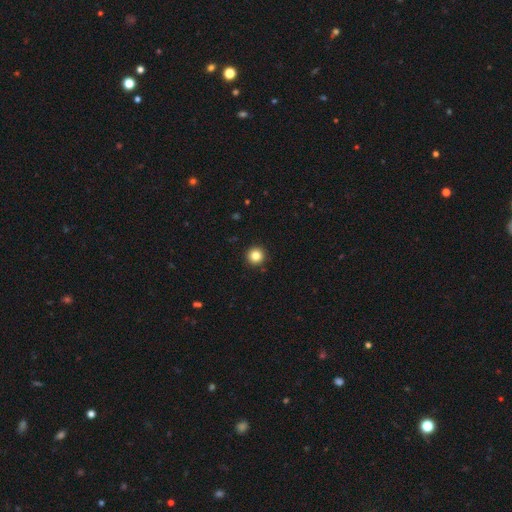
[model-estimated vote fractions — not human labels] This is clearly a smooth galaxy (84%). How rounded: clearly round (96%). Merging: clearly none (93%).